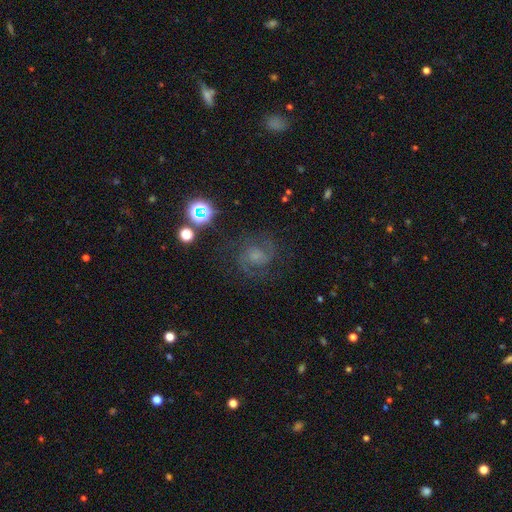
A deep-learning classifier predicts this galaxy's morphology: smooth-or-featured: featured or disk: 70% | star or artifact: 16% | smooth: 14%
  disk-edge-on: no: 98% | yes: 2%
    bar: no: 57% | weak: 36% | strong: 7%
    has-spiral-arms: yes: 95% | no: 5%
      spiral-winding: medium: 50% | tight: 37% | loose: 13%
      spiral-arm-count: 2: 73% | can't tell: 12% | 3: 8% | 1: 3% | 4: 2% | more than 4: 2%
    bulge-size: small: 46% | moderate: 25% | none: 22% | large: 5% | dominant: 2%
  merging: none: 74% | minor disturbance: 14% | major disturbance: 10% | merger: 2%